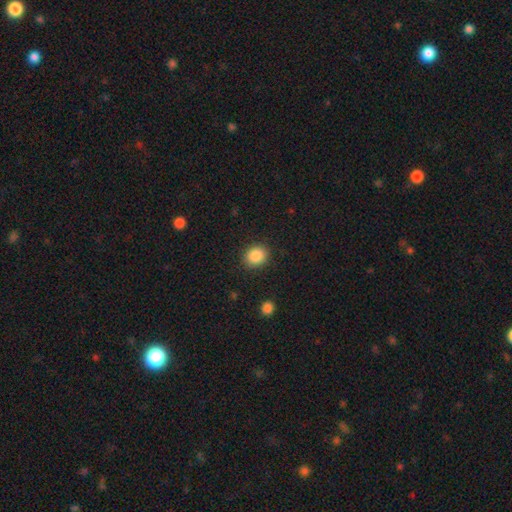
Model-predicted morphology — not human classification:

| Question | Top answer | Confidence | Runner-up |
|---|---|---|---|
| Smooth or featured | smooth | 87% | star or artifact (9%) |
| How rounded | round | 73% | in between (26%) |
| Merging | none | 89% | minor disturbance (8%) |